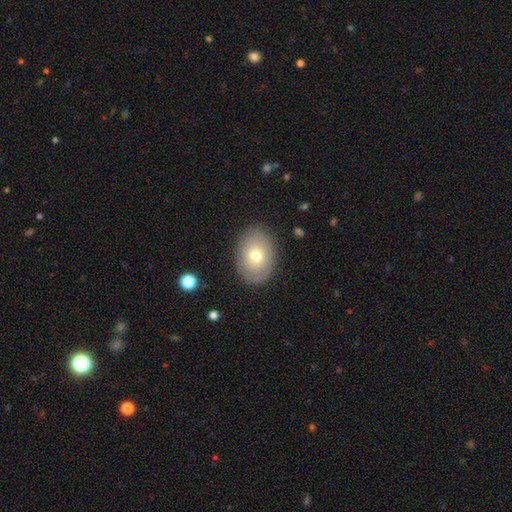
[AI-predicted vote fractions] Smooth or featured? Predicted: smooth (p=0.63). How rounded? Predicted: in between (p=0.73). Merging? Predicted: none (p=0.84).